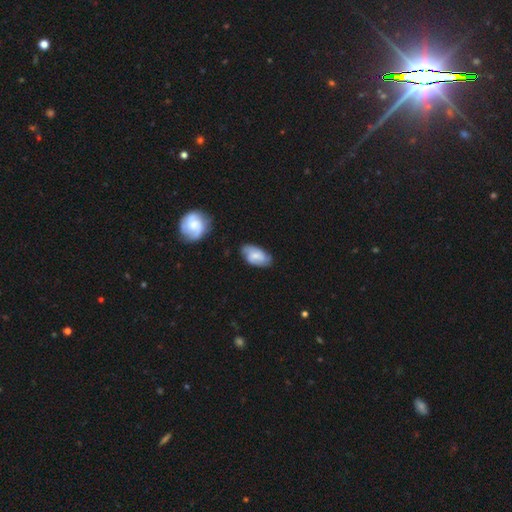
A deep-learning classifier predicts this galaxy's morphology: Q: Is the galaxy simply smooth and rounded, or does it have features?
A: smooth — 50%.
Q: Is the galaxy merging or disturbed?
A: none — 69%.